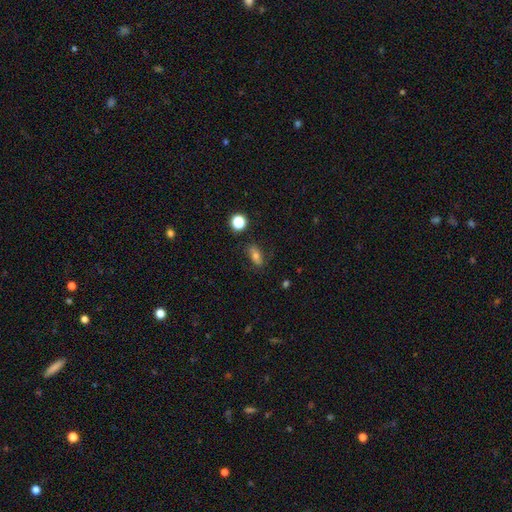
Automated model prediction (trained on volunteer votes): Smooth or featured: smooth — 66% (featured or disk — 21%)
How rounded: in between — 78% (round — 12%)
Merging: none — 76% (minor disturbance — 17%)